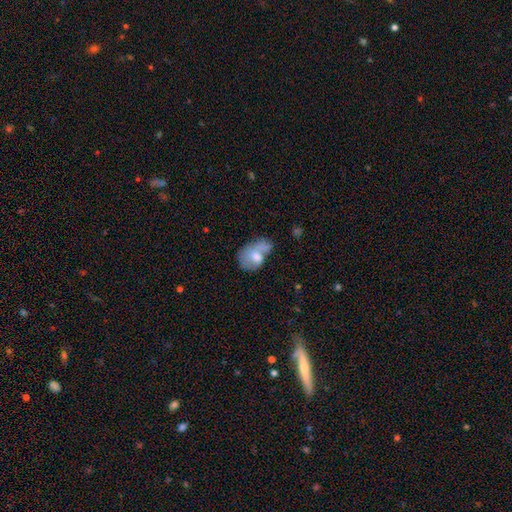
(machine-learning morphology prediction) Overall: smooth (62%; featured or disk 30%). How rounded: in between (77%). Merging: merger (27%; major disturbance 26%).